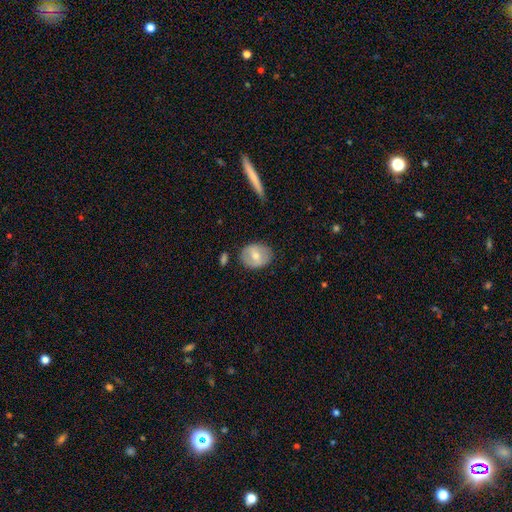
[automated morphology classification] smooth-or-featured: smooth: 54% | featured or disk: 40% | star or artifact: 7%
  how-rounded: in between: 54% | round: 44% | cigar-shaped: 1%
  merging: none: 79% | minor disturbance: 15% | major disturbance: 4% | merger: 2%